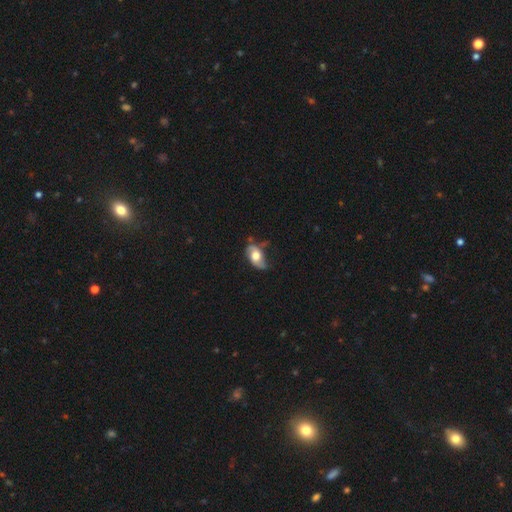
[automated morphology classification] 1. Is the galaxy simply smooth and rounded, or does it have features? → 55% featured or disk, 39% smooth, 7% star or artifact.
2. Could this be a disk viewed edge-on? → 93% no, 7% yes.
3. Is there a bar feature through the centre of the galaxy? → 72% no, 22% weak, 6% strong.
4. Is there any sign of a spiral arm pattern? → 75% yes, 25% no.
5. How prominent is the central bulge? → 46% moderate, 43% large, 5% small, 4% dominant, 2% none.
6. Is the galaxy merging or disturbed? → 46% none, 32% minor disturbance, 19% major disturbance, 4% merger.